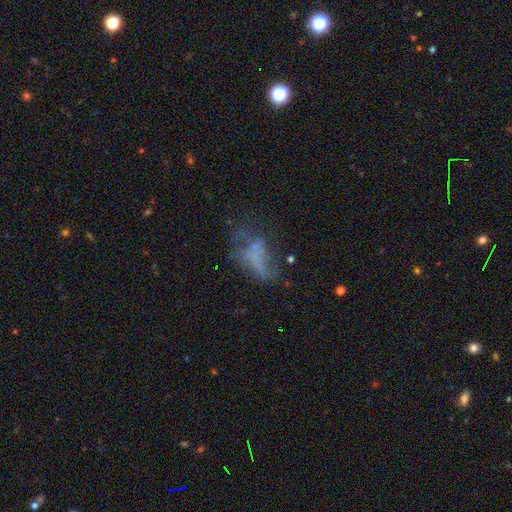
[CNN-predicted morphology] Smooth or featured? featured or disk (46%)
Merging? major disturbance (43%)